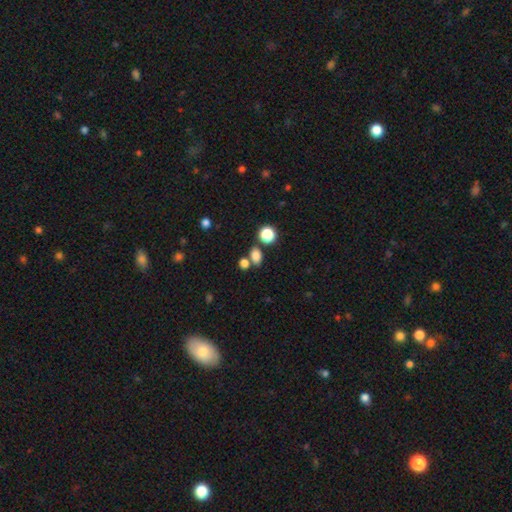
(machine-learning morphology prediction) A smooth galaxy with no disk features (79%) that is in between round and cigar-shaped (66%). Merging: none (62%).